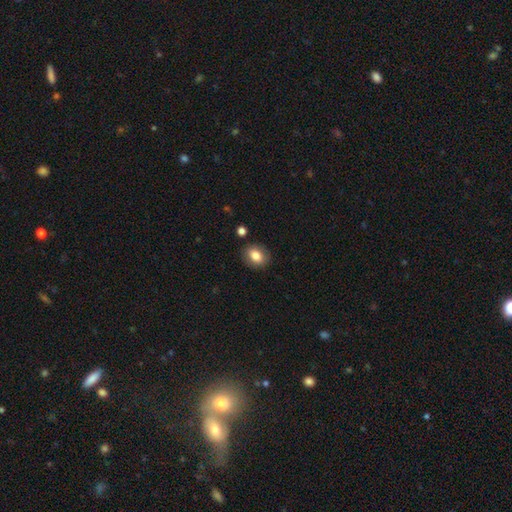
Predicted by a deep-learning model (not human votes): Smooth or featured: smooth — 82% (featured or disk — 10%)
How rounded: in between — 63% (round — 36%)
Merging: none — 85% (minor disturbance — 10%)